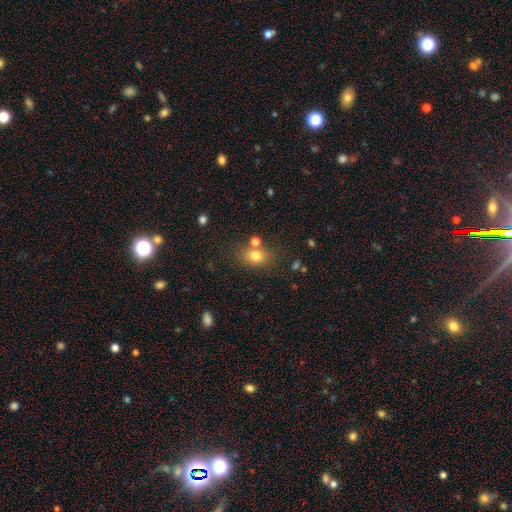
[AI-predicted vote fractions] Overall: smooth (77%). How rounded: in between (55%; round 44%). Merging: none (69%).